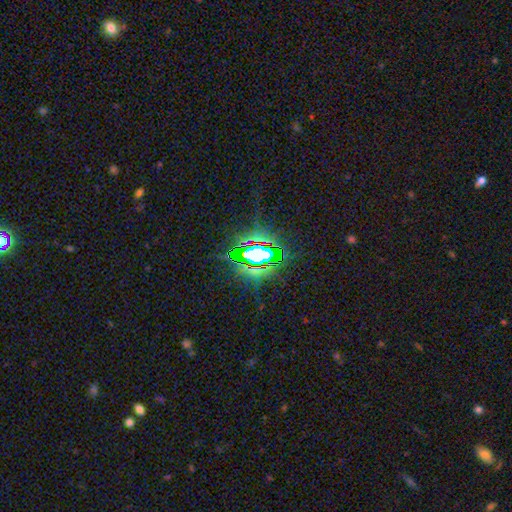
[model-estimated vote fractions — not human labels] Morphology: type=star or artifact (72%).